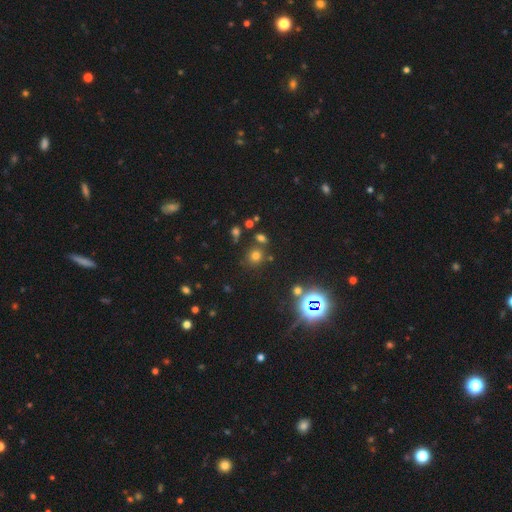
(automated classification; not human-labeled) Smooth or featured? smooth (64%)
How rounded? round (86%)
Merging? none (75%)